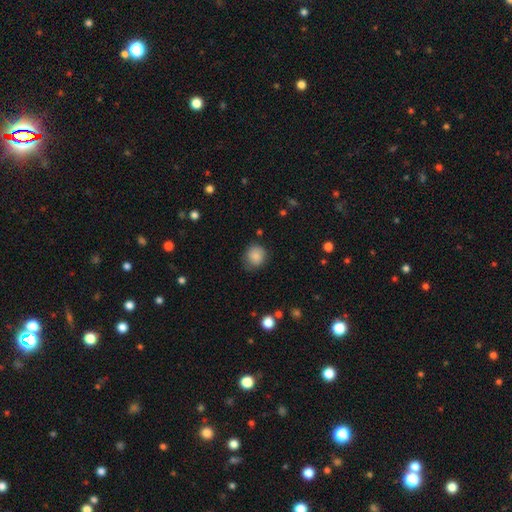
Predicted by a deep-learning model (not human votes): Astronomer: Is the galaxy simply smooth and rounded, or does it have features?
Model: smooth — 85%.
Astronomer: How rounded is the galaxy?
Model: round — 84%.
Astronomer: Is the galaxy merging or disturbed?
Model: none — 76%.